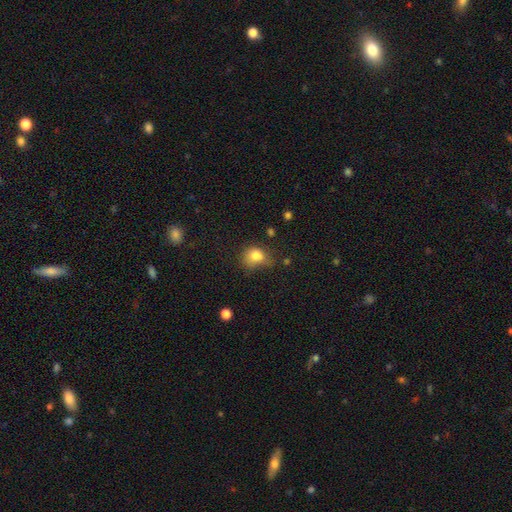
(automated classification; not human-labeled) smooth_or_featured: smooth (p=0.81) [alt: star or artifact p=0.11]
how_rounded: round (p=0.55) [alt: in between p=0.44]
merging: none (p=0.41) [alt: minor disturbance p=0.36]